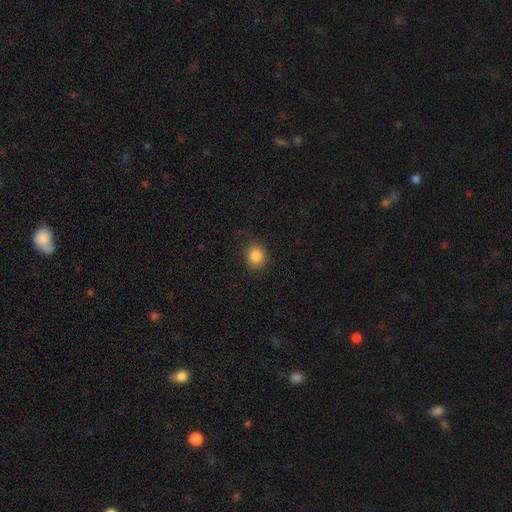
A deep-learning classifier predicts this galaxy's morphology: Smooth or featured? Predicted: smooth (p=0.86). How rounded? Predicted: round (p=0.74). Merging? Predicted: none (p=0.84).